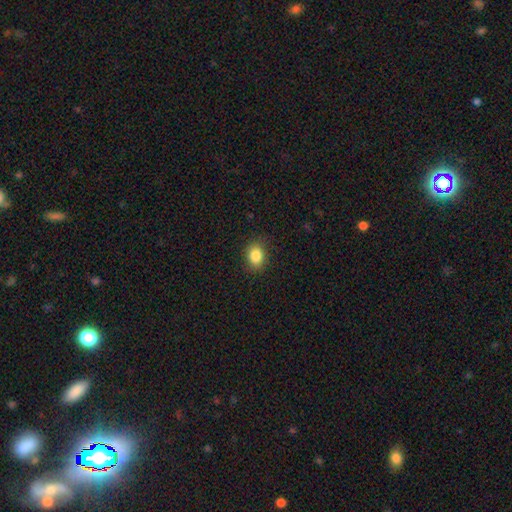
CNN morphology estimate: Overall: smooth (85%). How rounded: in between (58%; round 41%). Merging: none (87%).